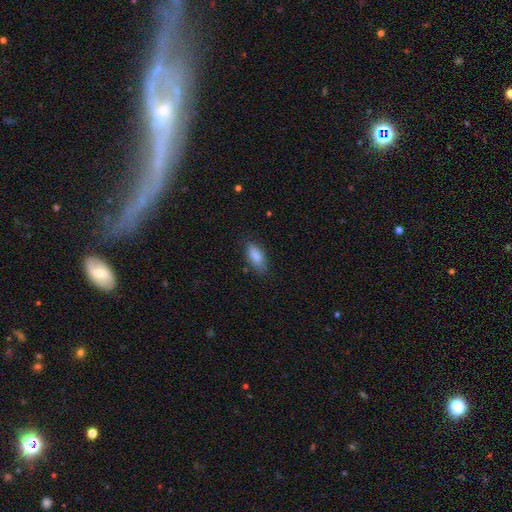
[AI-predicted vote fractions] Overall: smooth (86%). How rounded: in between (84%). Merging: none (75%).